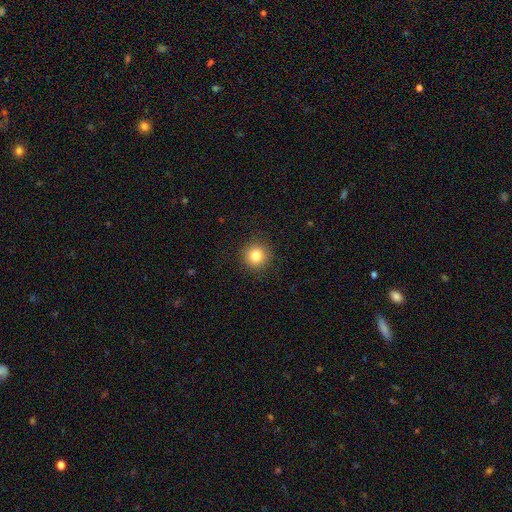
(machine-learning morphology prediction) This appears to be a smooth galaxy with no disk features (82%) that is round (94%). Merging: none (91%).